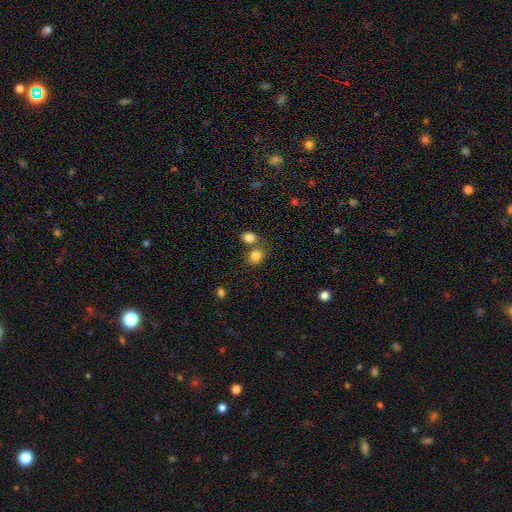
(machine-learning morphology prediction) Smooth or featured: smooth — 83% (star or artifact — 11%)
How rounded: round — 72% (in between — 27%)
Merging: none — 58% (merger — 28%)